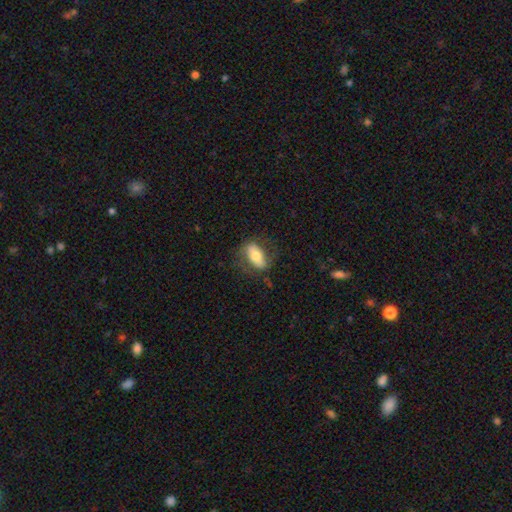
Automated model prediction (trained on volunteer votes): Smooth or featured?
  - smooth: 61% *
  - featured or disk: 32%
  - star or artifact: 7%
How rounded?
  - in between: 84% *
  - cigar-shaped: 10%
  - round: 5%
Merging?
  - none: 68% *
  - minor disturbance: 19%
  - major disturbance: 11%
  - merger: 1%